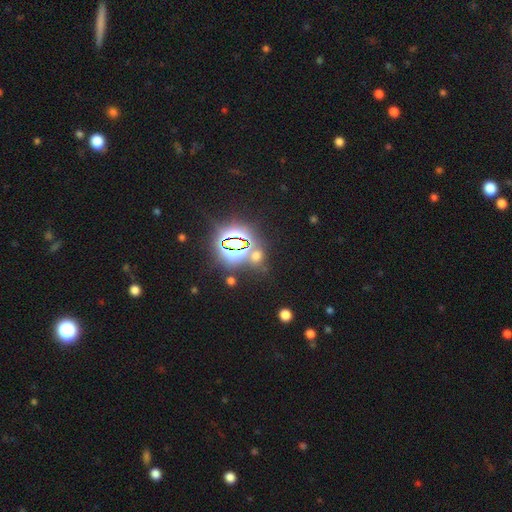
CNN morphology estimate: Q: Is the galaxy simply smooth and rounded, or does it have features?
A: star or artifact — 60%.